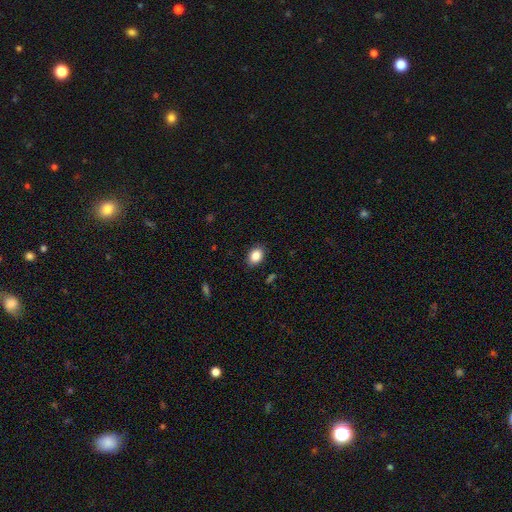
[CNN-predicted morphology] This appears to be a smooth galaxy with no disk features (87%) that is in between round and cigar-shaped (71%). Merging: none (87%).